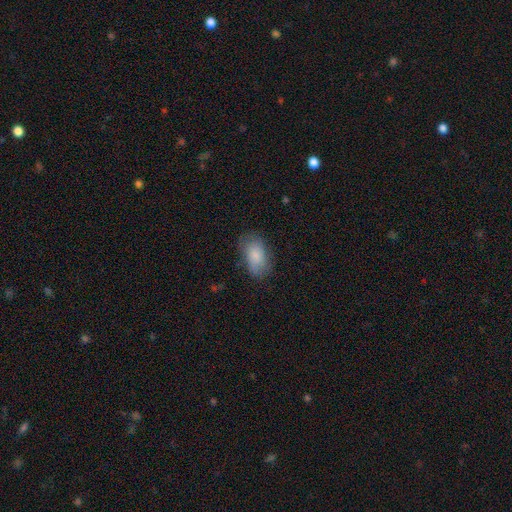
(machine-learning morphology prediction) Q: Smooth or featured?
A: smooth (80%); runner-up: featured or disk (13%)
Q: How rounded?
A: in between (92%); runner-up: round (6%)
Q: Merging?
A: none (67%); runner-up: minor disturbance (24%)